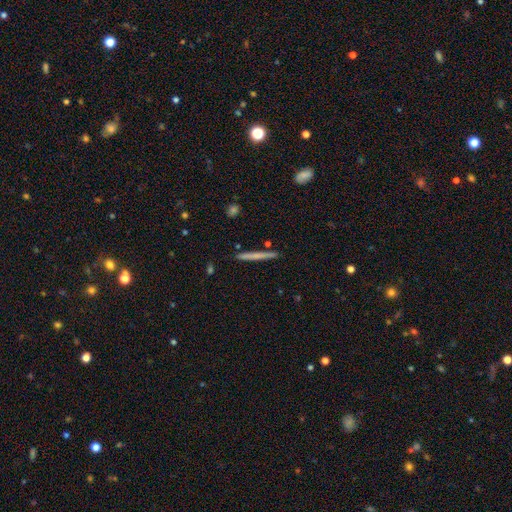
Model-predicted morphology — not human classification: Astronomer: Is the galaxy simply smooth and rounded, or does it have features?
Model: smooth — 54% (runner-up: featured or disk, 40%).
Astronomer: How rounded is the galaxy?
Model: cigar-shaped — 97%.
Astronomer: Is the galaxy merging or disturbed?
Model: none — 90%.